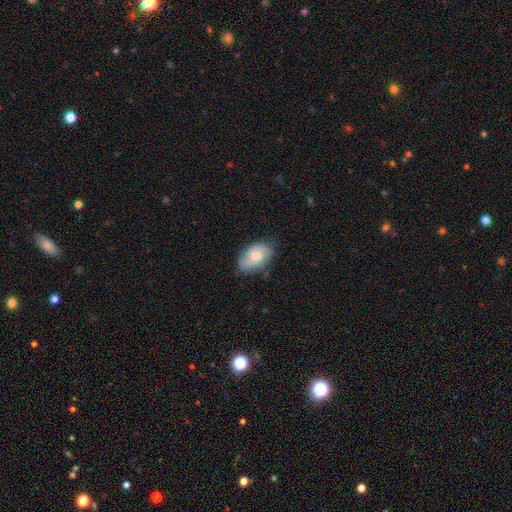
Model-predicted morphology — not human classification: The model was most divided on "smooth or featured": smooth: 58%, featured or disk: 35%, star or artifact: 7%. More confident: how rounded — in between (87%); merging — none (69%).